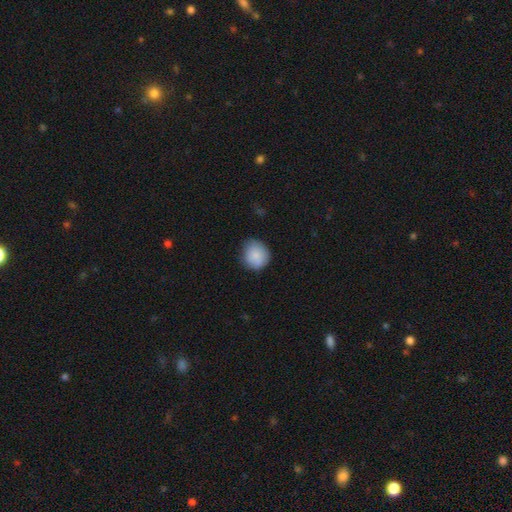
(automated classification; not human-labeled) The model was most divided on "merging": none: 73%, minor disturbance: 21%, major disturbance: 4%, merger: 1%. More confident: smooth or featured — smooth (86%); how rounded — round (82%).